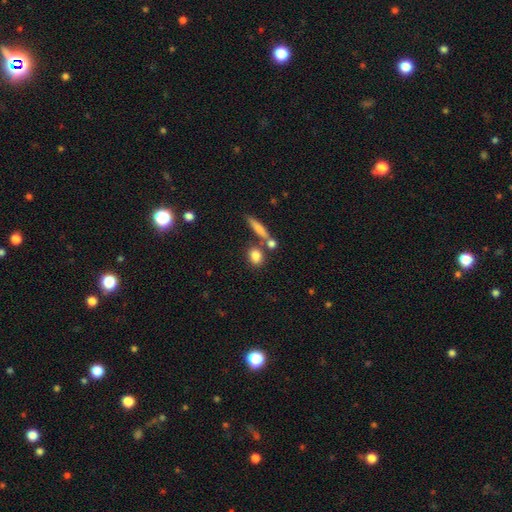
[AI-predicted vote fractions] Q: Smooth or featured?
A: smooth (81%); runner-up: featured or disk (10%)
Q: How rounded?
A: round (49%); runner-up: in between (40%)
Q: Merging?
A: none (67%); runner-up: merger (19%)